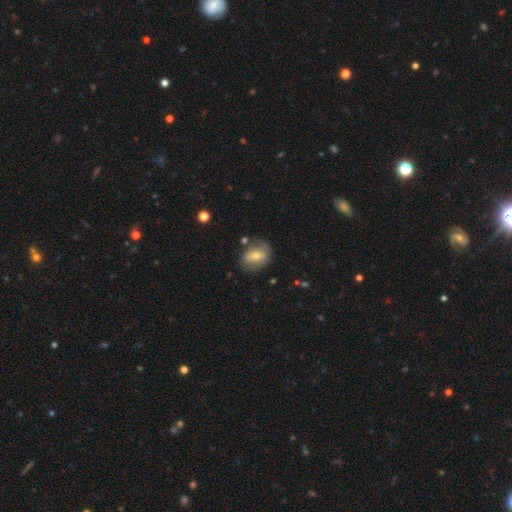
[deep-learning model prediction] A smooth galaxy with no disk features (51%) that is in between round and cigar-shaped (60%). Merging: none (65%).